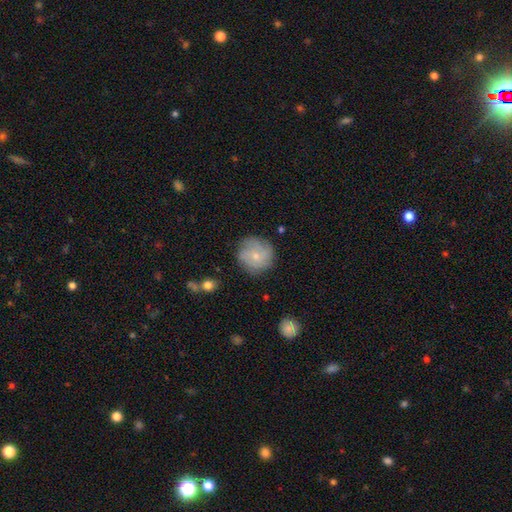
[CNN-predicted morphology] A smooth galaxy with no disk features (53%) that is round (92%). Merging: none (75%).